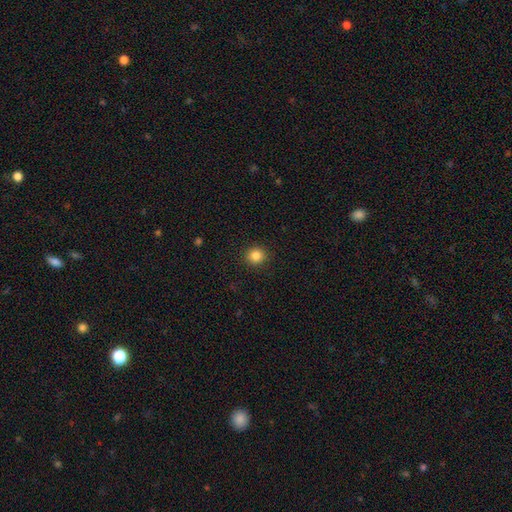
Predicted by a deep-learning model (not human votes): smooth_or_featured: smooth (p=0.85) [alt: star or artifact p=0.11]
how_rounded: round (p=0.90) [alt: in between p=0.09]
merging: none (p=0.92) [alt: minor disturbance p=0.05]